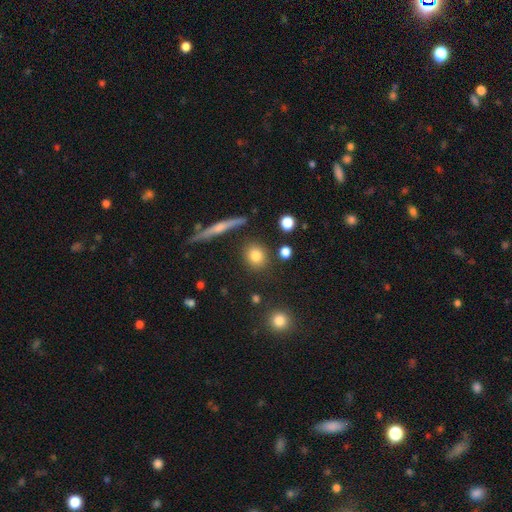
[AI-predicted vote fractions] Overall: smooth (81%). How rounded: round (77%). Merging: none (84%).